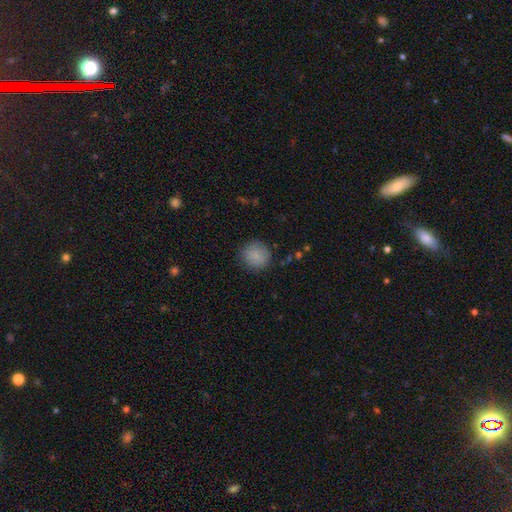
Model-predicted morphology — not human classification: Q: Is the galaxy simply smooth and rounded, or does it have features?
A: smooth — 86%.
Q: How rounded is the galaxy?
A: round — 92%.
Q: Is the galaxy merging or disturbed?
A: none — 86%.